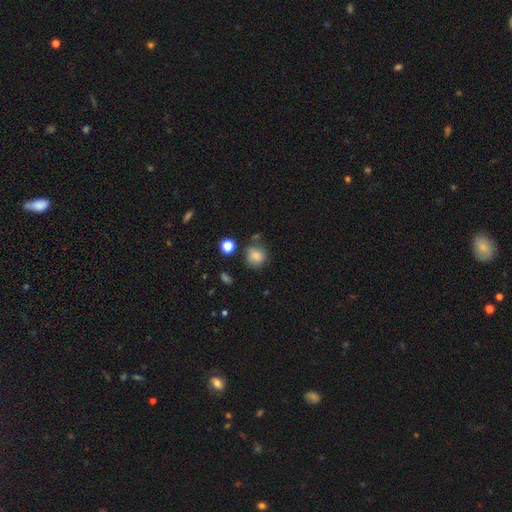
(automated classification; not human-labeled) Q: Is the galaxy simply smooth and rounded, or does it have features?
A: smooth — 84%.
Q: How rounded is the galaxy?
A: round — 78%.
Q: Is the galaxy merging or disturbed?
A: none — 70%.